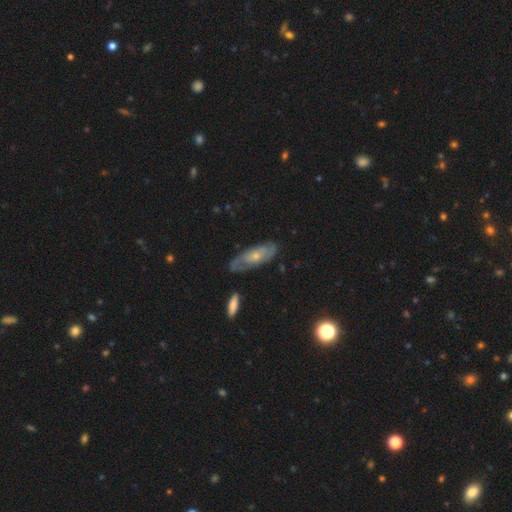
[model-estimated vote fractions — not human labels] This is likely a featured or disk galaxy (64%). It is clearly not viewed edge-on (83%). Bar: likely no (75%). Spiral arm pattern: likely yes (75%). Central bulge: possibly small (59%). Merging: likely none (71%).